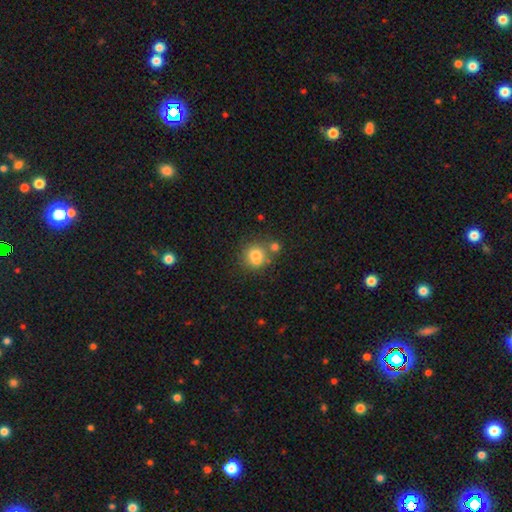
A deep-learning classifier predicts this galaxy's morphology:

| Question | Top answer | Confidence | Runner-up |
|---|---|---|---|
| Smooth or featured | smooth | 76% | featured or disk (12%) |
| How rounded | round | 86% | in between (13%) |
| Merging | none | 56% | merger (28%) |